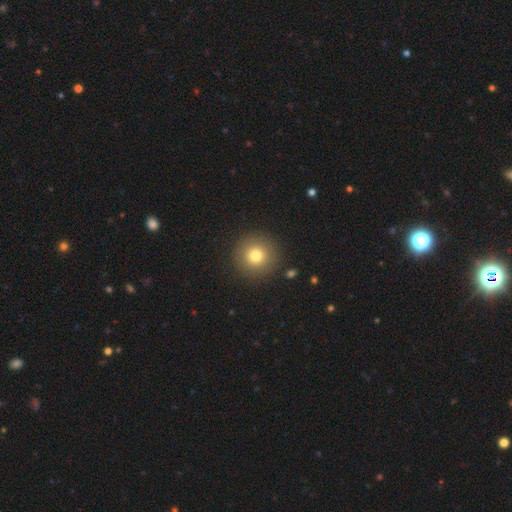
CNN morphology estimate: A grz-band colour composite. It shows a smooth galaxy with no disk features (78%) that is round (96%). Merging: none (90%).